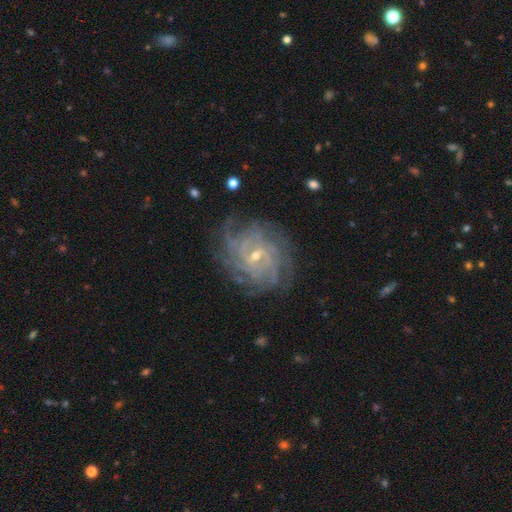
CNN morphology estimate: The model was most divided on "spiral arm count": can't tell: 30%, more than 4: 23%, 4: 22%, 3: 10%, 2: 9%, 1: 6%. More confident: edge-on disk — no (97%); spiral arms — yes (97%); smooth or featured — featured or disk (87%); merging — none (79%); spiral winding — tight (74%); bulge size — small (70%); bar — weak (51%).